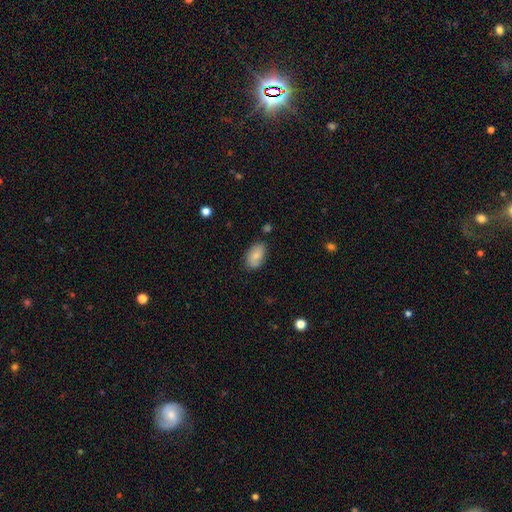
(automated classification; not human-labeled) This is clearly a smooth galaxy (81%). How rounded: clearly in between (92%). Merging: likely none (78%).